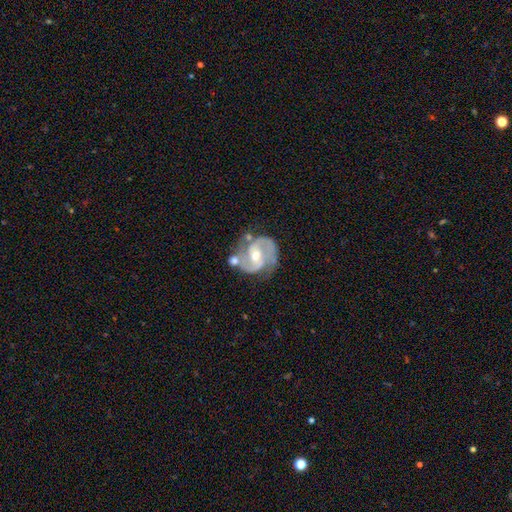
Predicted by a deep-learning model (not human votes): A featured or disk galaxy (89%) with a weak bar (47%), 2 (90%) medium (58%) spiral arms (97%) and a moderate central bulge (61%). Merging: none (63%).